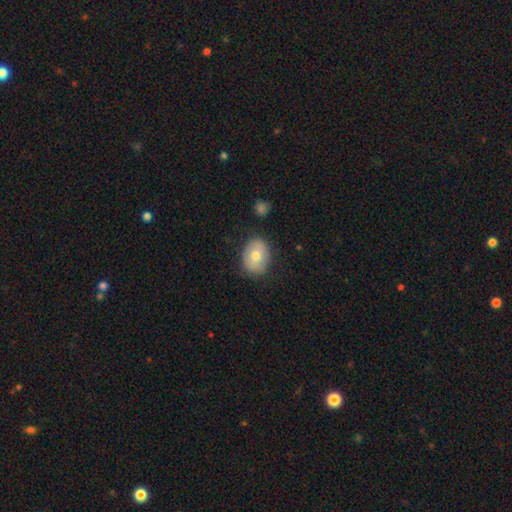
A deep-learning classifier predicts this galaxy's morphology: This is likely a smooth galaxy (72%). How rounded: possibly in between (58%). Merging: clearly none (80%).